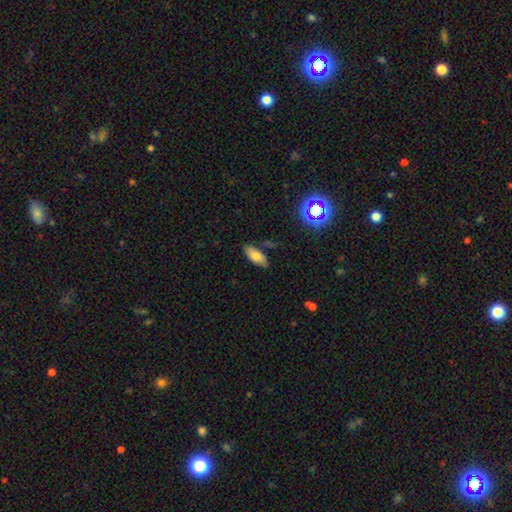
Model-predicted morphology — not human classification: type=smooth (76%); roundness=in between (83%); merging=none (80%).